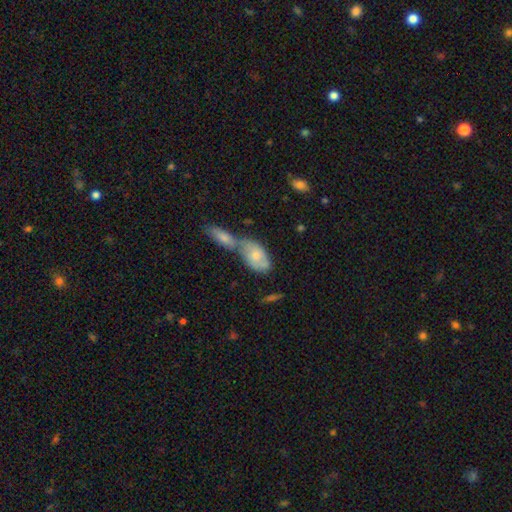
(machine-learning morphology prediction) This appears to be a smooth galaxy with no disk features (68%) that is in between round and cigar-shaped (90%). Merging: merger (59%).